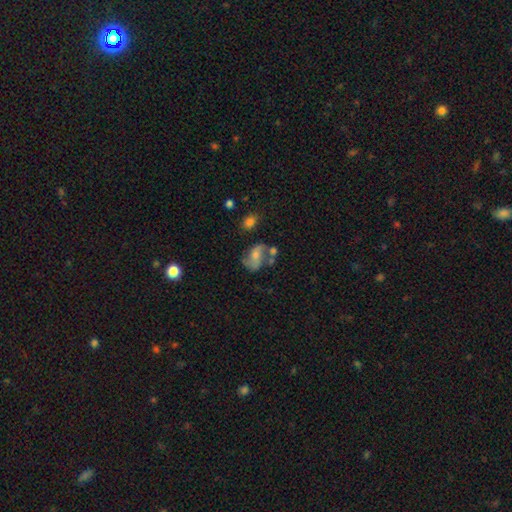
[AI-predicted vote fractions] Smooth or featured?
  - featured or disk: 62% *
  - smooth: 29%
  - star or artifact: 9%
Edge-on disk?
  - no: 97% *
  - yes: 3%
Bar?
  - no: 49% *
  - weak: 35%
  - strong: 16%
Spiral arms?
  - yes: 85% *
  - no: 15%
Spiral winding?
  - loose: 53% *
  - medium: 36%
  - tight: 11%
Spiral arm count?
  - 2: 86% *
  - can't tell: 6%
  - 1: 3%
  - 3: 2%
  - 4: 1%
  - more than 4: 1%
Bulge size?
  - small: 49% *
  - moderate: 41%
  - none: 6%
  - large: 3%
  - dominant: 1%
Merging?
  - none: 47% *
  - minor disturbance: 21%
  - merger: 18%
  - major disturbance: 13%